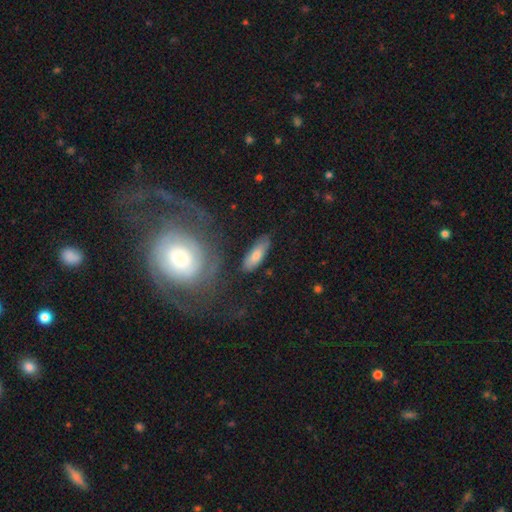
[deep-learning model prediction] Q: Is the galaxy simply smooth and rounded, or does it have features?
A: smooth — 73%.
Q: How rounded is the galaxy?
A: in between — 61%.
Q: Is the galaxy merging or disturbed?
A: none — 75%.